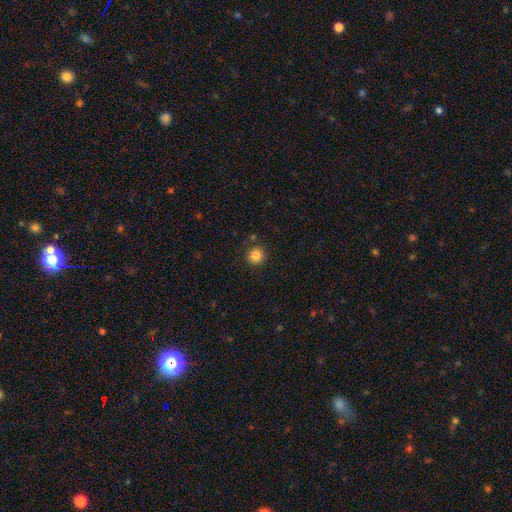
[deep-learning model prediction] Smooth or featured: smooth — 84% (star or artifact — 11%)
How rounded: round — 95% (in between — 4%)
Merging: none — 87% (minor disturbance — 7%)